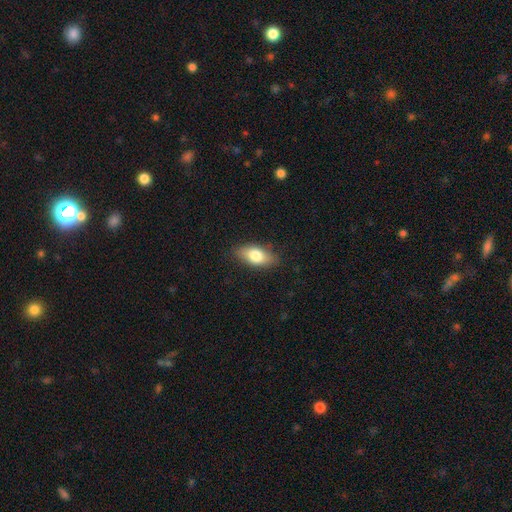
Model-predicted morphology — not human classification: Overall: smooth (77%). How rounded: in between (86%). Merging: none (85%).